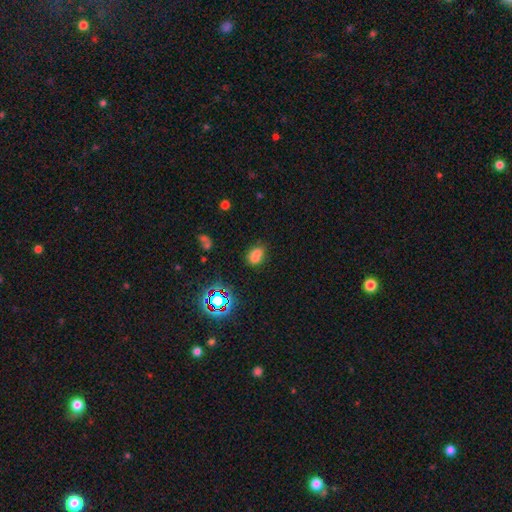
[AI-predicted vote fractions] Smooth or featured: smooth — 70% (star or artifact — 21%)
How rounded: in between — 75% (round — 23%)
Merging: none — 60% (minor disturbance — 18%)